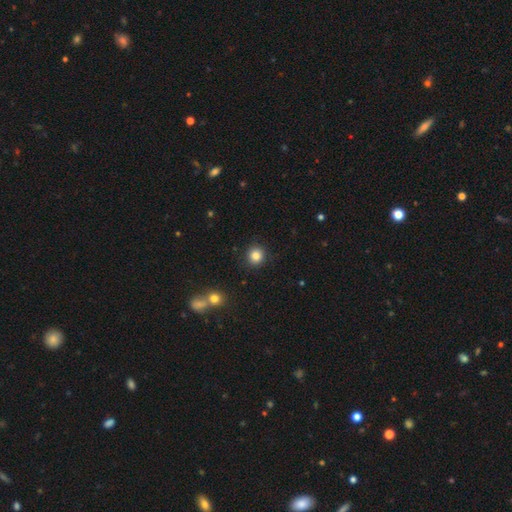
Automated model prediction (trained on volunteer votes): This is clearly a smooth galaxy (84%). How rounded: clearly round (91%). Merging: clearly none (91%).